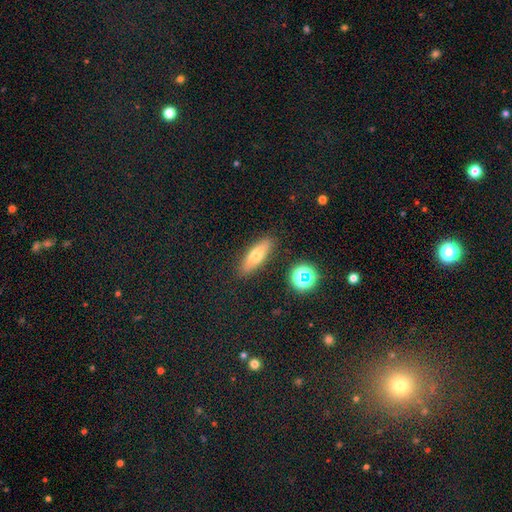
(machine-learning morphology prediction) type=smooth (65%); roundness=cigar-shaped (48%, tied with in between); merging=none (86%).